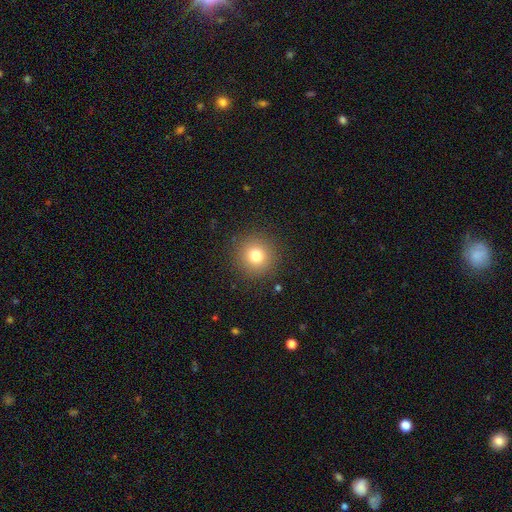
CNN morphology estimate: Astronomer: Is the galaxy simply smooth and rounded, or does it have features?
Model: smooth — 78%.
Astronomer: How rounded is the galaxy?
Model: round — 95%.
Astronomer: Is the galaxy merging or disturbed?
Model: none — 90%.